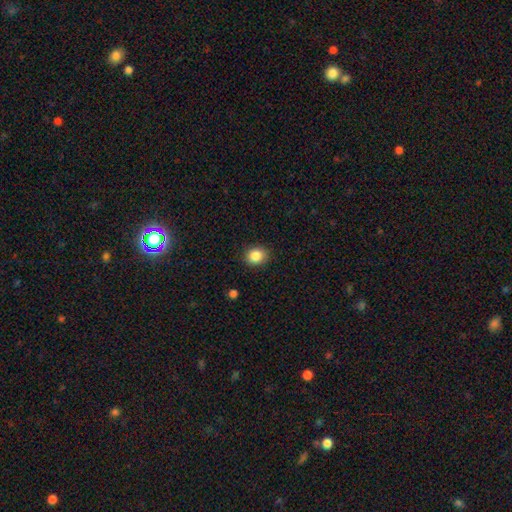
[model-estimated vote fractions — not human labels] This is clearly a smooth galaxy (86%). How rounded: likely round (67%). Merging: clearly none (89%).